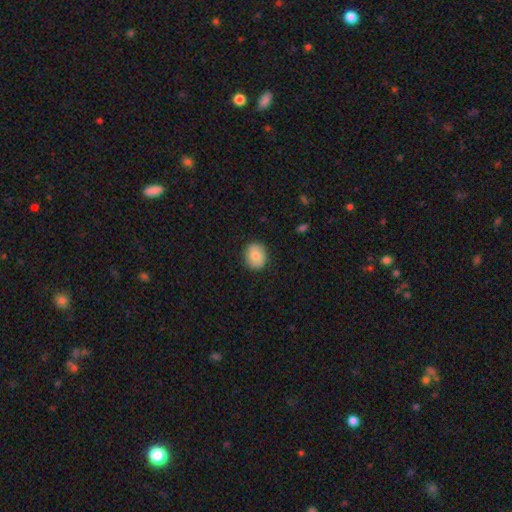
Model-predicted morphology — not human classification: smooth_or_featured: smooth (p=0.81) [alt: featured or disk p=0.12]
how_rounded: round (p=0.69) [alt: in between p=0.30]
merging: none (p=0.87) [alt: minor disturbance p=0.10]